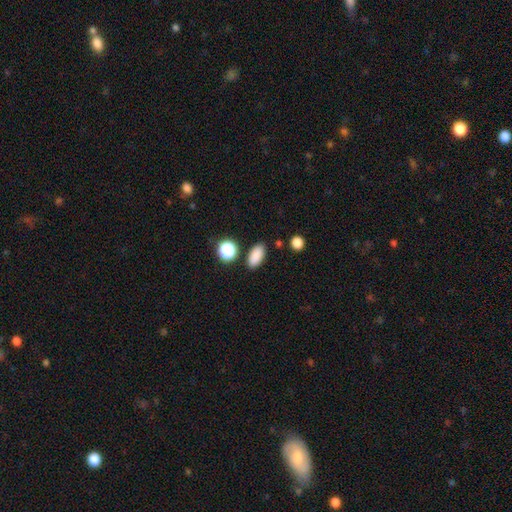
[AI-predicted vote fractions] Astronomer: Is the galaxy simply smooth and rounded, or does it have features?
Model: smooth — 86%.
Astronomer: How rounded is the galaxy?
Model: in between — 88%.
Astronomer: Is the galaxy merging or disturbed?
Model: none — 85%.